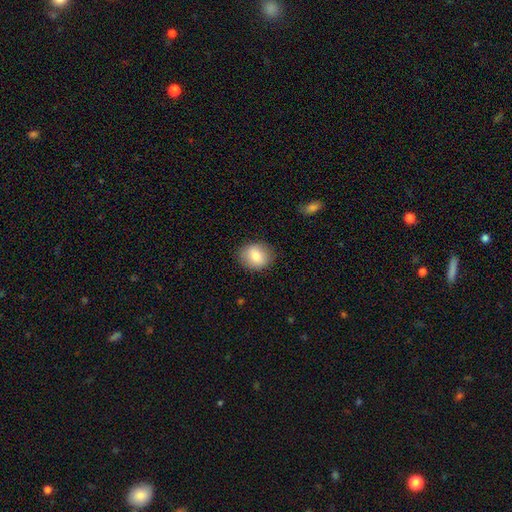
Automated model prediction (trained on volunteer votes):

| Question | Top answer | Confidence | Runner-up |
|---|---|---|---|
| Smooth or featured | smooth | 80% | featured or disk (12%) |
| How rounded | round | 63% | in between (36%) |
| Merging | none | 86% | minor disturbance (10%) |